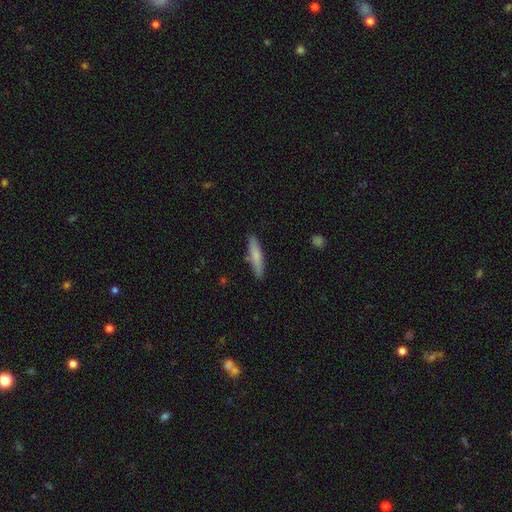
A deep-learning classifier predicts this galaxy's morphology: Q: Smooth or featured?
A: smooth (74%); runner-up: featured or disk (20%)
Q: How rounded?
A: cigar-shaped (85%); runner-up: in between (13%)
Q: Merging?
A: none (85%); runner-up: minor disturbance (11%)